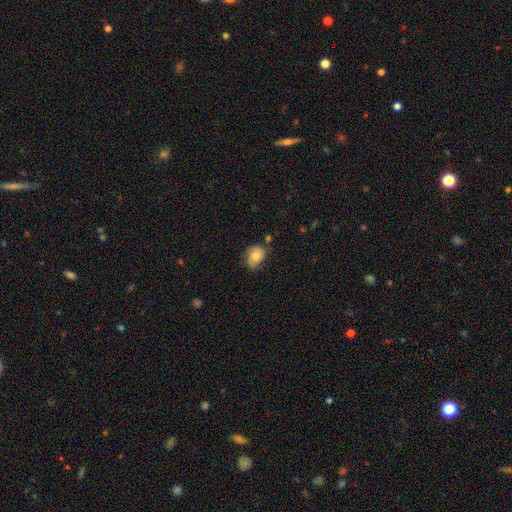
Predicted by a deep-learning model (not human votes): This is likely a smooth galaxy (61%). How rounded: likely in between (62%). Merging: possibly none (55%).